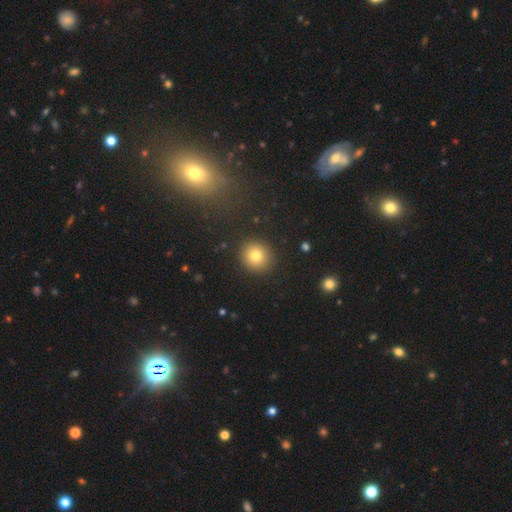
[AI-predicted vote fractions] Overall: smooth (78%). How rounded: round (90%). Merging: none (91%).